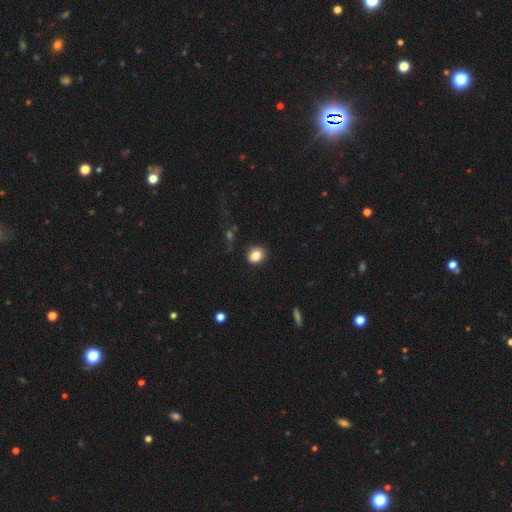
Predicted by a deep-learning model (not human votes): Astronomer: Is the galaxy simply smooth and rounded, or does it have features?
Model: smooth — 84%.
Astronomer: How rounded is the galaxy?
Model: round — 68%.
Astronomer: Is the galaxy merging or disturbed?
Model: none — 85%.